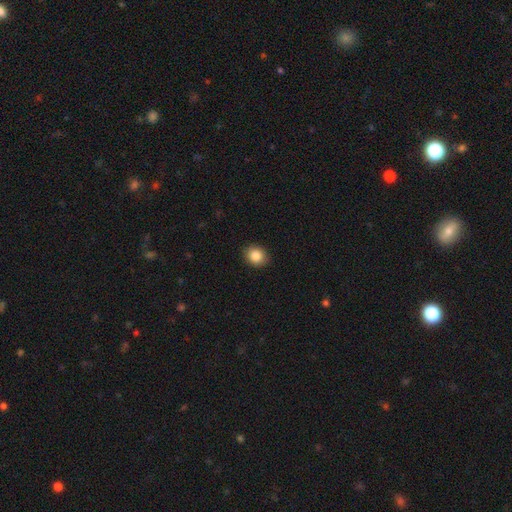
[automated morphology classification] A smooth galaxy with no disk features (86%) that is round (66%). Merging: none (90%).